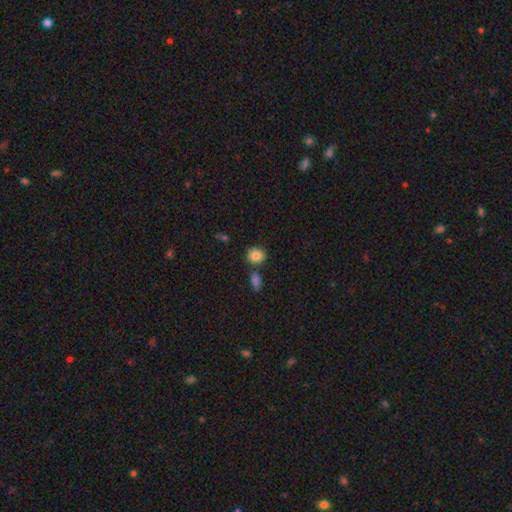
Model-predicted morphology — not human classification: Smooth or featured? Predicted: smooth (p=0.86). How rounded? Predicted: round (p=0.70). Merging? Predicted: none (p=0.74).